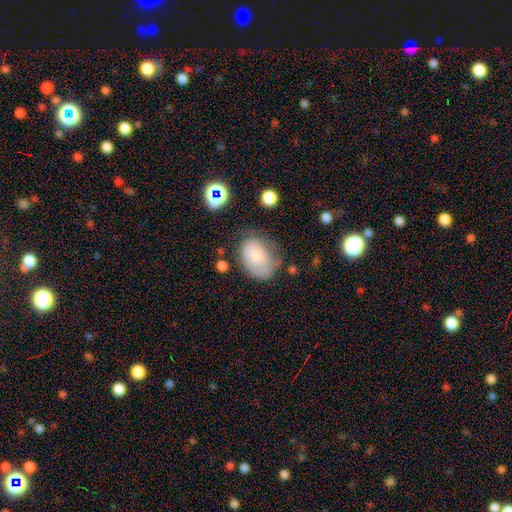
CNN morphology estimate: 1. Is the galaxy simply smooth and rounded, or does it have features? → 68% smooth, 23% featured or disk, 9% star or artifact.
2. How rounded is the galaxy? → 75% in between, 24% round, 1% cigar-shaped.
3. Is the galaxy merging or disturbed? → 49% none, 32% minor disturbance, 16% major disturbance, 4% merger.